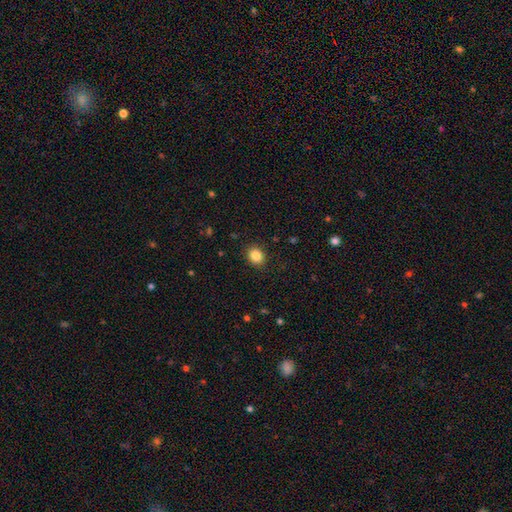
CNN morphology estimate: smooth_or_featured: smooth (p=0.86) [alt: star or artifact p=0.10]
how_rounded: round (p=0.66) [alt: in between p=0.33]
merging: none (p=0.89) [alt: minor disturbance p=0.07]